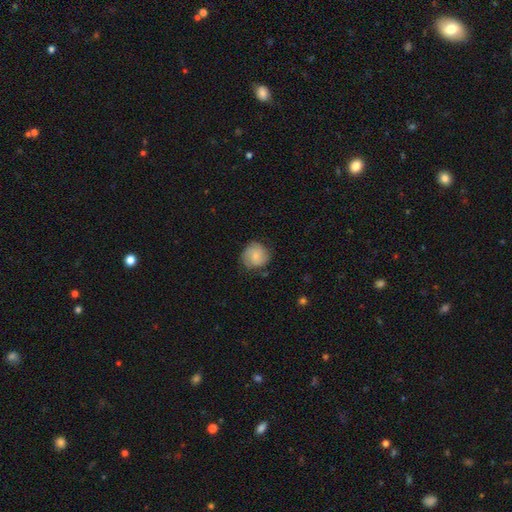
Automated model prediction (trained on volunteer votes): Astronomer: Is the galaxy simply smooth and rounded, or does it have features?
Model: smooth — 63%.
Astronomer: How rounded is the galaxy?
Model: round — 88%.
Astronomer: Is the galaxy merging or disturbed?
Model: none — 70%.